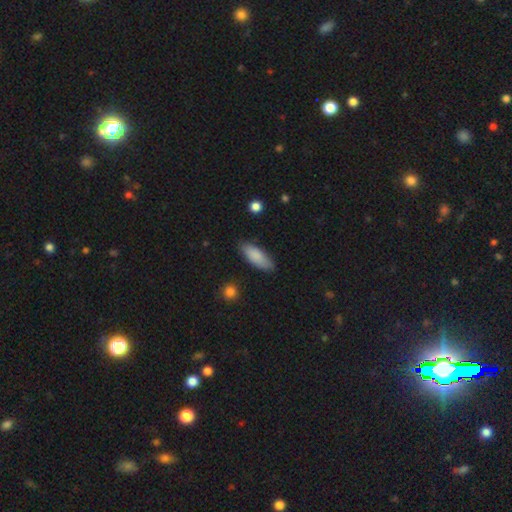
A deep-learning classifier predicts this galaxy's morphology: smooth_or_featured: smooth (p=0.84) [alt: featured or disk p=0.10]
how_rounded: in between (p=0.72) [alt: cigar-shaped p=0.26]
merging: none (p=0.80) [alt: minor disturbance p=0.16]